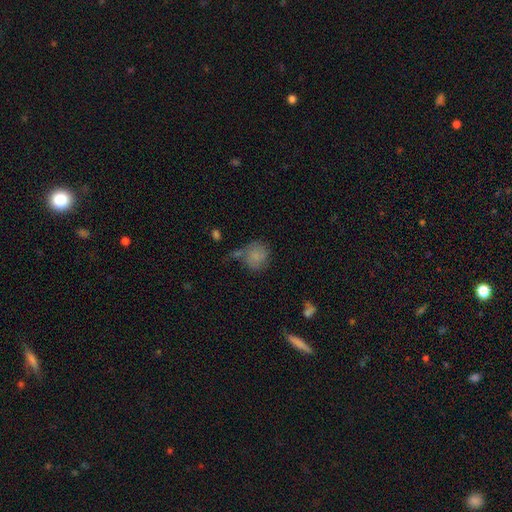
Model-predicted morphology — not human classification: smooth_or_featured: smooth (p=0.74) [alt: featured or disk p=0.16]
how_rounded: round (p=0.79) [alt: in between p=0.20]
merging: none (p=0.44) [alt: minor disturbance p=0.23]